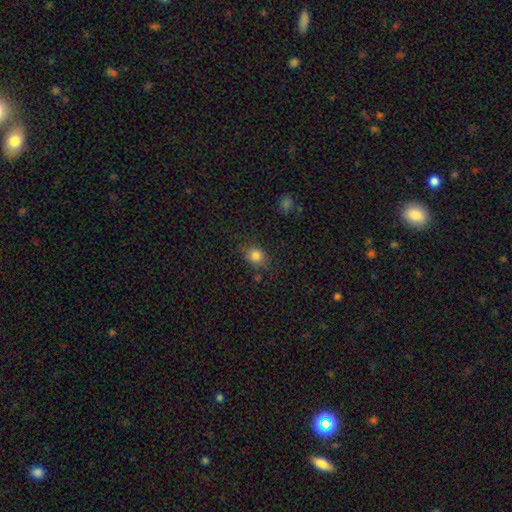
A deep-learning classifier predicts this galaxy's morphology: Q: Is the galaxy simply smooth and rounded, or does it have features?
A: smooth — 82%.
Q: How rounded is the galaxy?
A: round — 52%.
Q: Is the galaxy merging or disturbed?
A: none — 74%.